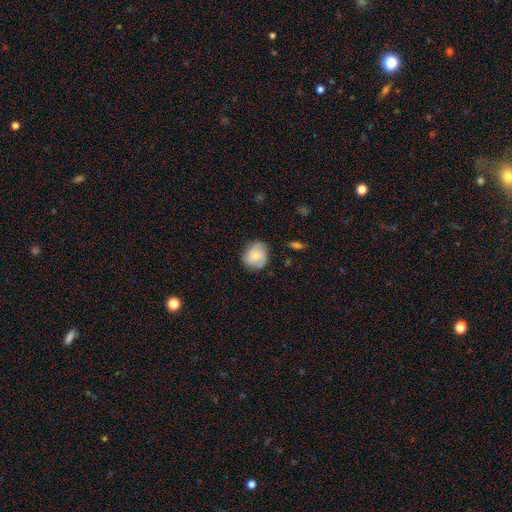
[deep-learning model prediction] Q: Smooth or featured?
A: smooth (69%); runner-up: featured or disk (23%)
Q: How rounded?
A: round (74%); runner-up: in between (25%)
Q: Merging?
A: none (73%); runner-up: minor disturbance (21%)